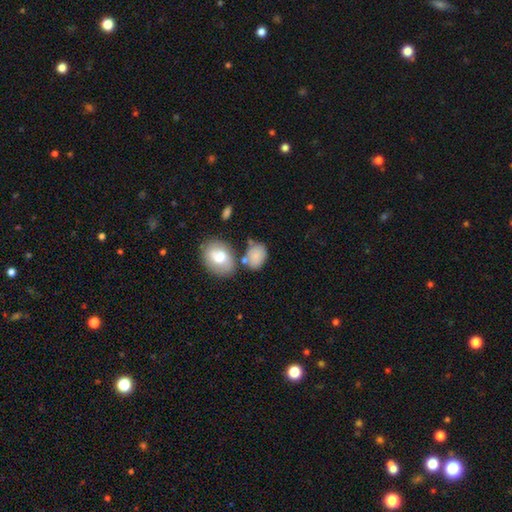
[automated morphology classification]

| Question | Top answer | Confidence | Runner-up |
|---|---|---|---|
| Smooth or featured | smooth | 80% | featured or disk (11%) |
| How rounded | in between | 67% | round (32%) |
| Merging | none | 53% | minor disturbance (21%) |